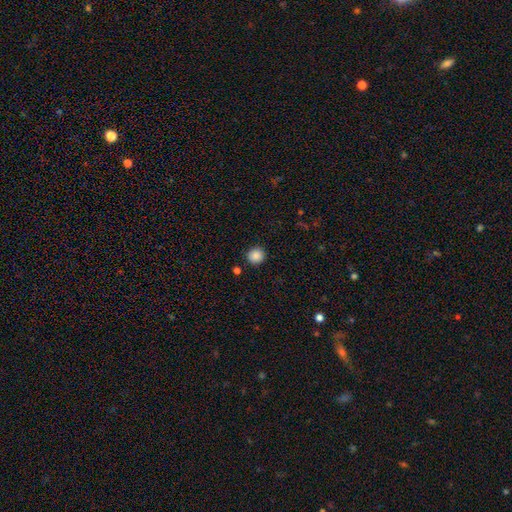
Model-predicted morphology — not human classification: The model was most divided on "smooth or featured": smooth: 88%, star or artifact: 9%, featured or disk: 3%. More confident: how rounded — round (93%); merging — none (91%).